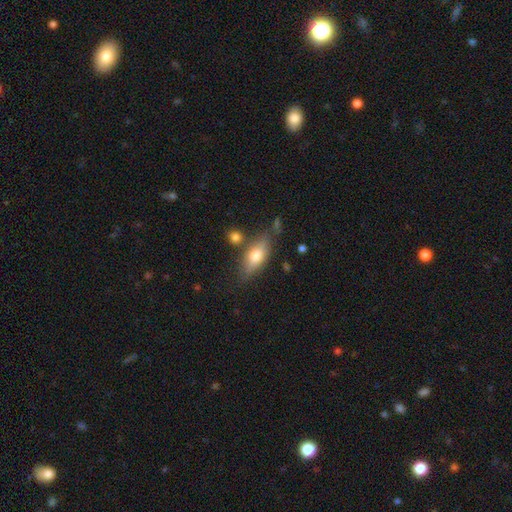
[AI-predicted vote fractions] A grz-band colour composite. It shows a smooth galaxy with no disk features (62%) that is in between round and cigar-shaped (70%). Merging: none (70%).